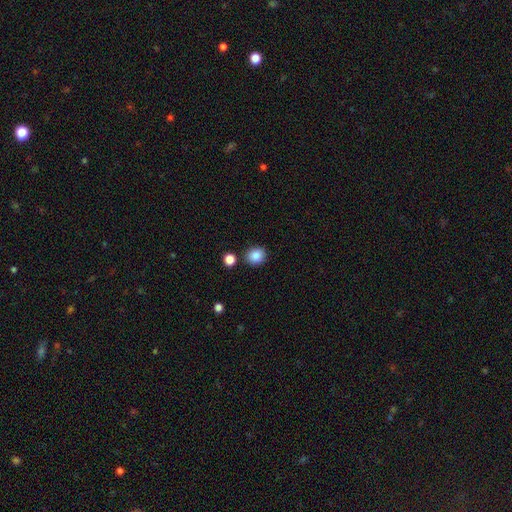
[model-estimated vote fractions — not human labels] smooth_or_featured: smooth (p=0.87) [alt: star or artifact p=0.10]
how_rounded: round (p=0.79) [alt: in between p=0.20]
merging: none (p=0.85) [alt: minor disturbance p=0.08]